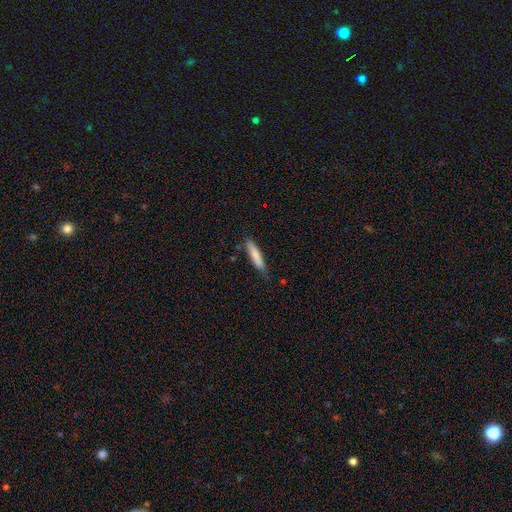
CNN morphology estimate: Overall: smooth (80%). How rounded: cigar-shaped (85%). Merging: none (75%).